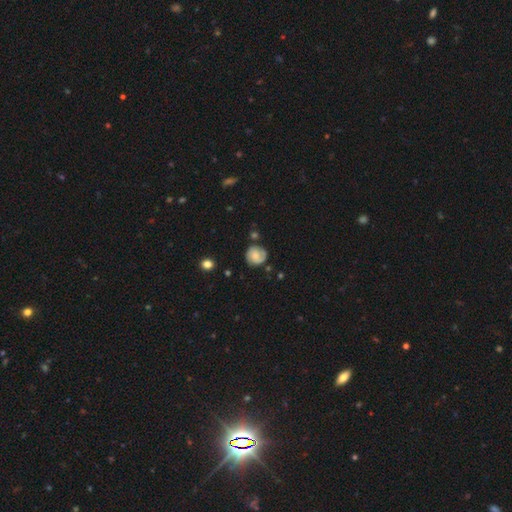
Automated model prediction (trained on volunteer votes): featured or disk 50%, smooth 42%, star or artifact 8%. Down the decision tree: edge-on disk — no (98%); merging — none (69%).